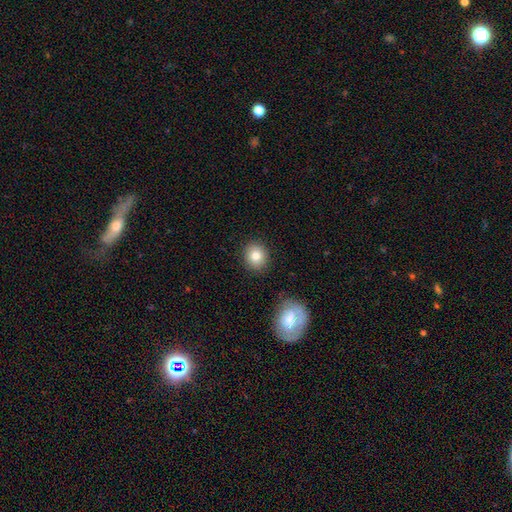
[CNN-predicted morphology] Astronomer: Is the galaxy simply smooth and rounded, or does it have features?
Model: smooth — 82%.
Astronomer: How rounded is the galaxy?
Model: round — 79%.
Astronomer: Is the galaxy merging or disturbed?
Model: none — 88%.